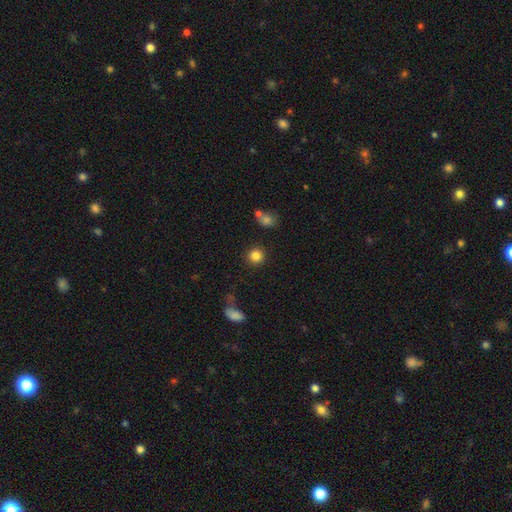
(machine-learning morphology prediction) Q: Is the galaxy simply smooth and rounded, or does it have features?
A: smooth — 84%.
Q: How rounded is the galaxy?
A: round — 92%.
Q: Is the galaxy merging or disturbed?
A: none — 87%.